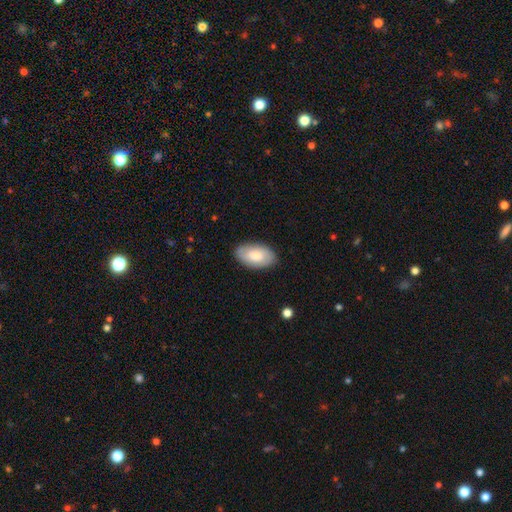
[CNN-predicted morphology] type=smooth (77%); roundness=in between (95%); merging=none (85%).